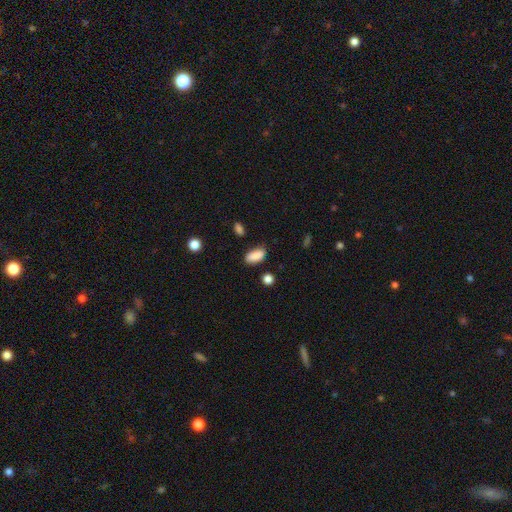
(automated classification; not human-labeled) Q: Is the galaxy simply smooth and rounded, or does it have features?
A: smooth — 87%.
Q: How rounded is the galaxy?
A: in between — 87%.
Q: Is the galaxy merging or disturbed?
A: none — 76%.